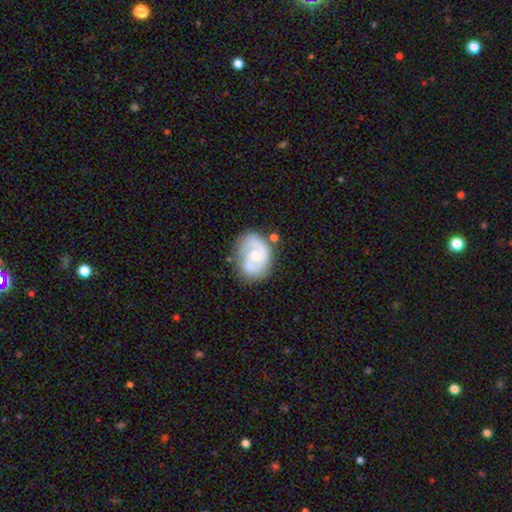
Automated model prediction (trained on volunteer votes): A featured or disk galaxy (76%) with no bar (61%), 2 (69%) medium (44%) spiral arms (90%) and a moderate central bulge (49%). Merging: none (65%).